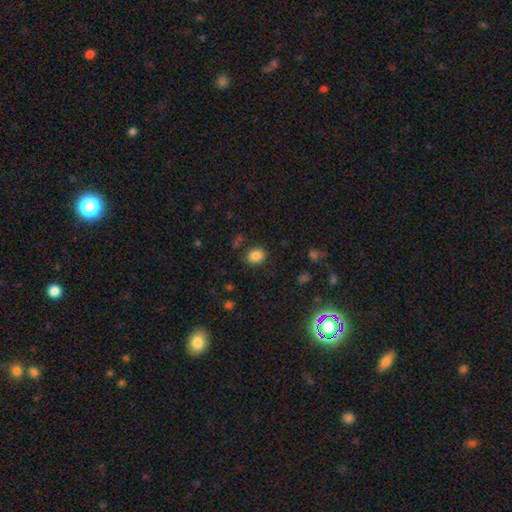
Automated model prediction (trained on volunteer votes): A smooth galaxy with no disk features (84%) that is round (54%).

Vote fractions:
- Smooth or featured? smooth: 84% / star or artifact: 11% / featured or disk: 5%
- How rounded? round: 54% / in between: 45% / cigar-shaped: 1%
- Merging? none: 81% / minor disturbance: 12% / major disturbance: 4% / merger: 3%